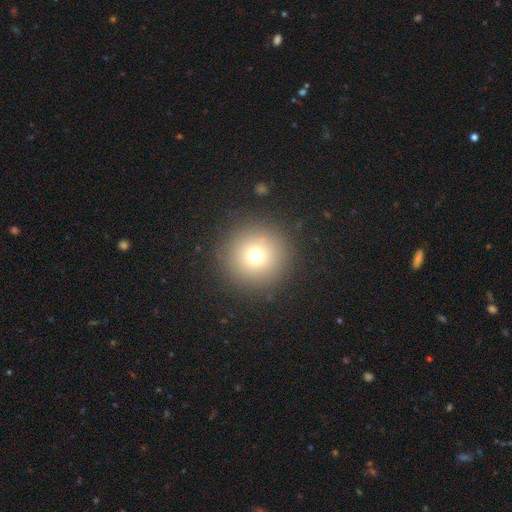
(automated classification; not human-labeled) smooth 71%, star or artifact 18%, featured or disk 11%. Down the decision tree: how rounded — round (96%); merging — none (90%).